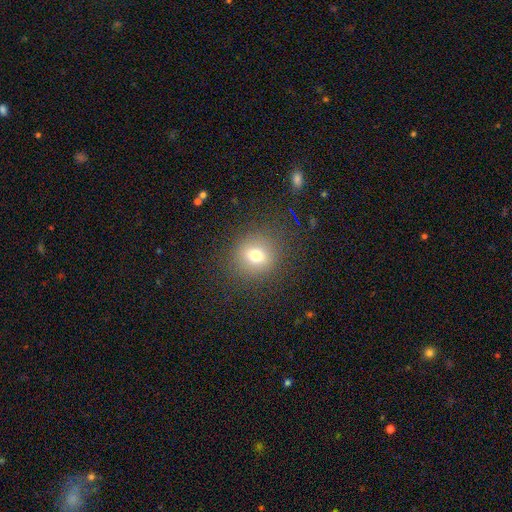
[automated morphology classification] A smooth galaxy with no disk features (71%) that is round (84%). Merging: none (86%).